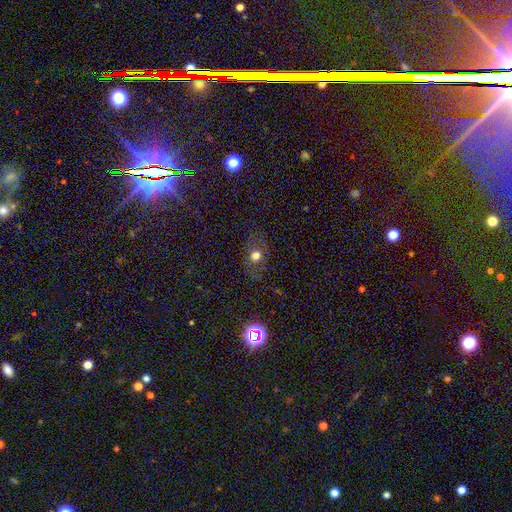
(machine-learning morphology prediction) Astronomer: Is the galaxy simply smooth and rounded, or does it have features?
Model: smooth — 60%.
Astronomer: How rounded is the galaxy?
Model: round — 50% (runner-up: in between, 47%).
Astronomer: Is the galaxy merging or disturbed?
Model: none — 81%.